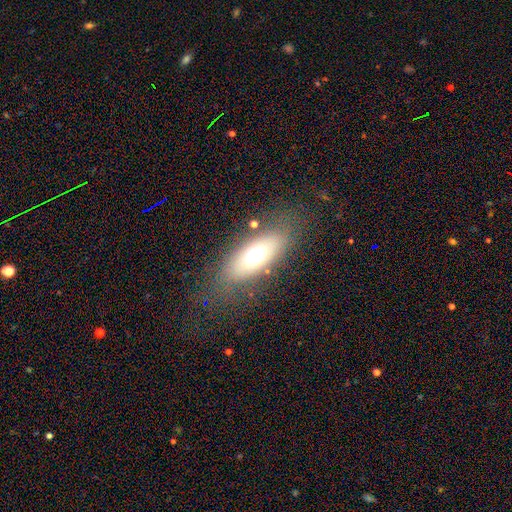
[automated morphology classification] smooth_or_featured: smooth (p=0.56) [alt: featured or disk p=0.31]
how_rounded: in between (p=0.77) [alt: cigar-shaped p=0.17]
merging: none (p=0.74) [alt: minor disturbance p=0.14]